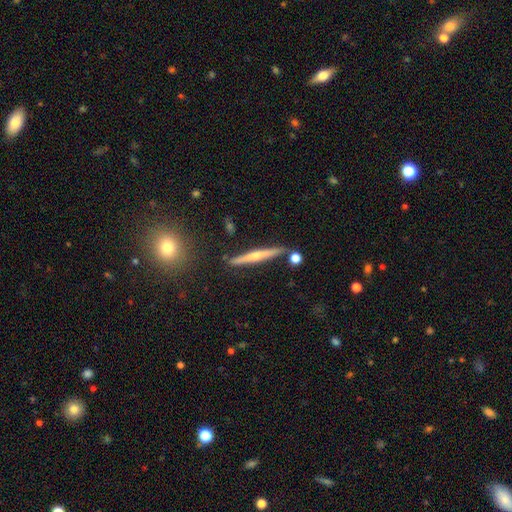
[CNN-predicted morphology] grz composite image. It shows a featured or disk galaxy (65%) viewed edge-on (97%) with a rounded central bulge (78%). Merging: none (86%).